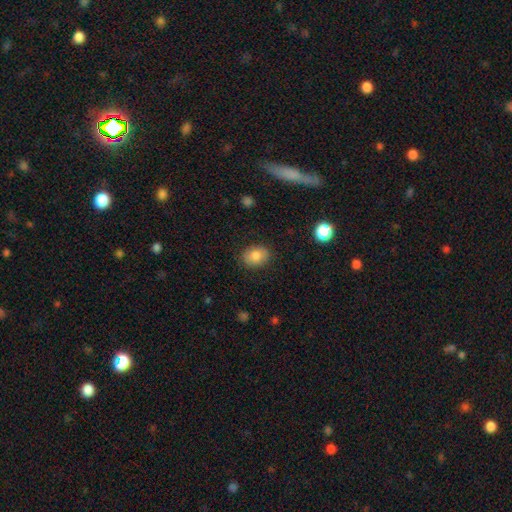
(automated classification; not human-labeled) Smooth or featured?
  - smooth: 83% *
  - star or artifact: 9%
  - featured or disk: 8%
How rounded?
  - in between: 63% *
  - round: 36%
  - cigar-shaped: 1%
Merging?
  - none: 86% *
  - minor disturbance: 10%
  - major disturbance: 3%
  - merger: 1%